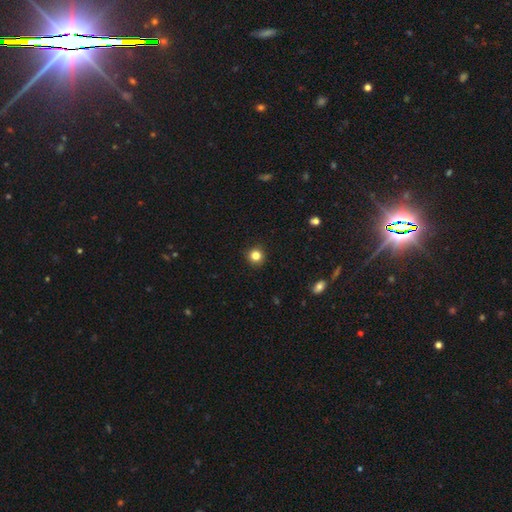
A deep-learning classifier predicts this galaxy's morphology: A smooth galaxy with no disk features (83%) that is round (93%). Merging: none (92%).